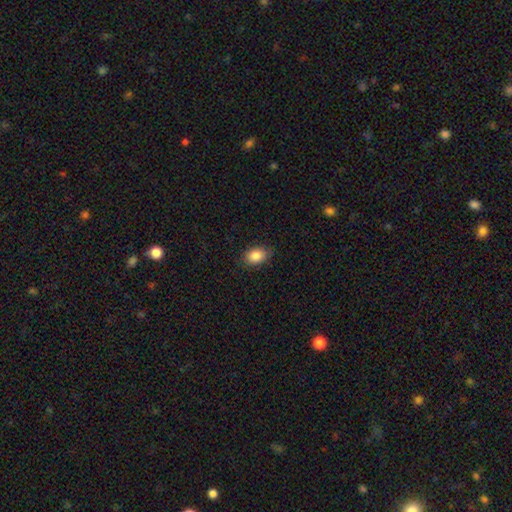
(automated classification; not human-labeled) Smooth or featured: smooth — 87% (star or artifact — 8%)
How rounded: in between — 82% (round — 16%)
Merging: none — 80% (minor disturbance — 16%)